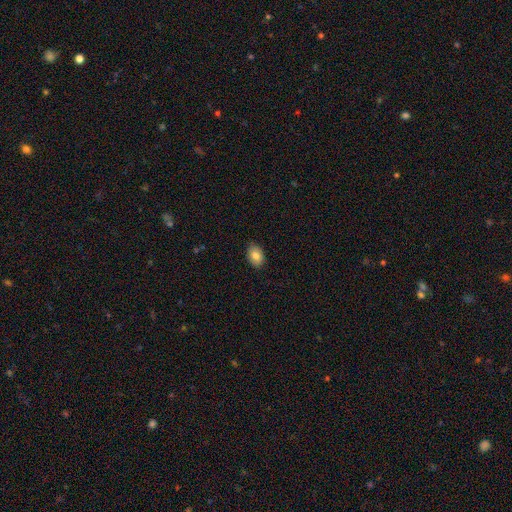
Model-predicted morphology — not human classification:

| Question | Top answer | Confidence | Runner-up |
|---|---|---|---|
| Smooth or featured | smooth | 83% | featured or disk (10%) |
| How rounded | in between | 82% | round (16%) |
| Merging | none | 88% | minor disturbance (9%) |